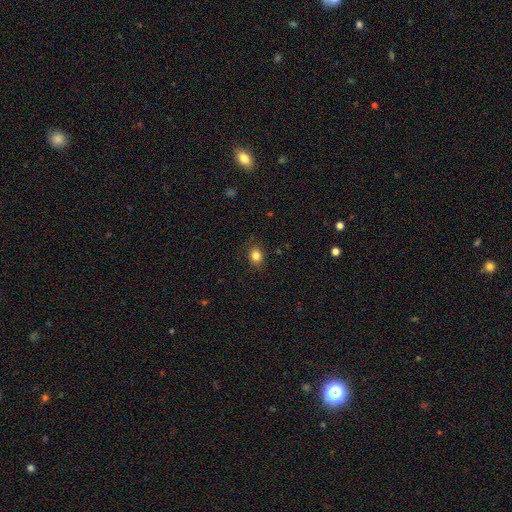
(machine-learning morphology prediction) type=smooth (83%); roundness=round (61%); merging=none (84%).